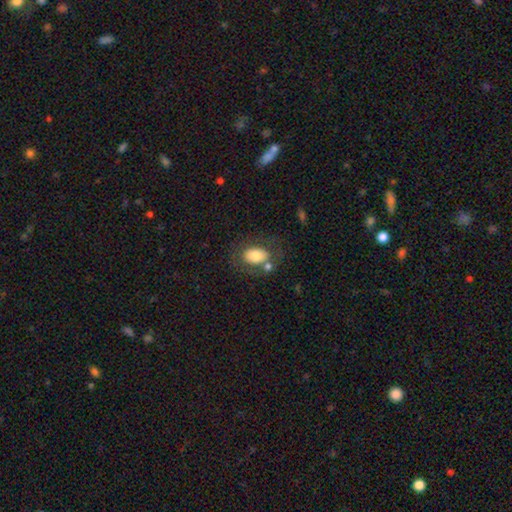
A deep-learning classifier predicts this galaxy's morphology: Smooth or featured? smooth (71%)
How rounded? in between (82%)
Merging? none (57%)